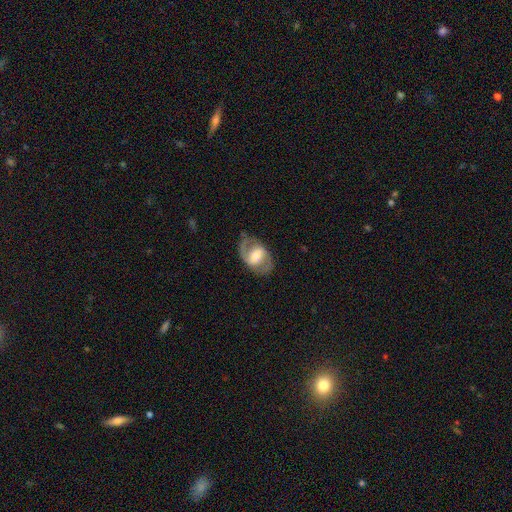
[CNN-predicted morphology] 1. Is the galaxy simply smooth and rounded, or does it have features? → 77% featured or disk, 18% smooth, 6% star or artifact.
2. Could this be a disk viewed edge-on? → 96% no, 4% yes.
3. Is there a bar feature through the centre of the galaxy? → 46% weak, 34% strong, 21% no.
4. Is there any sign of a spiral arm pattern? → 86% yes, 14% no.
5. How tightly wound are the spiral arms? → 54% medium, 24% loose, 22% tight.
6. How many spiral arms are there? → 87% 2, 6% can't tell, 4% 1, 1% 3, 1% 4, 1% more than 4.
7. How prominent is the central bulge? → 53% moderate, 30% small, 12% large, 2% none, 2% dominant.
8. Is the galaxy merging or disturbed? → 77% none, 14% minor disturbance, 7% major disturbance, 1% merger.